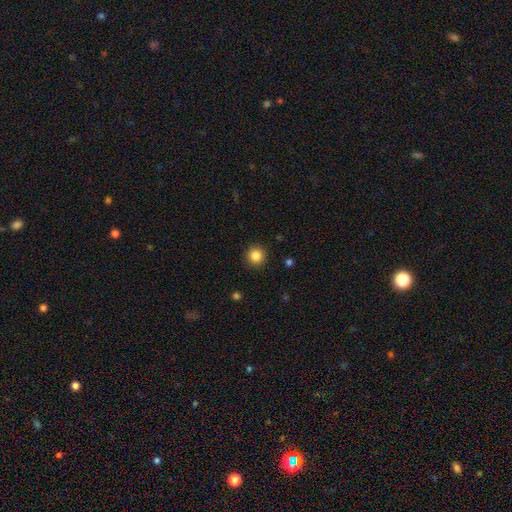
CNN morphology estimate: smooth 85%, star or artifact 11%, featured or disk 4%. Down the decision tree: how rounded — round (95%); merging — none (92%).